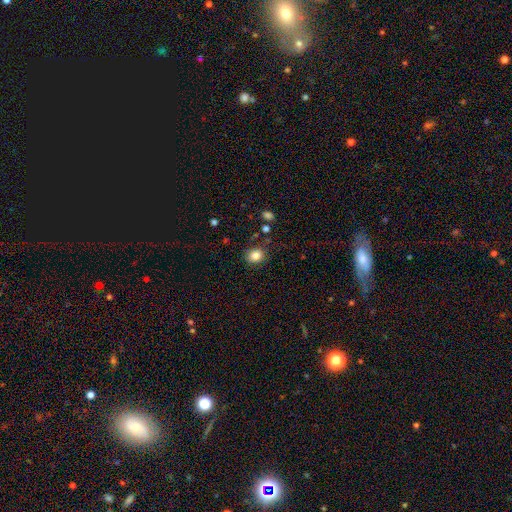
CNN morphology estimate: Q: Smooth or featured?
A: smooth (84%); runner-up: star or artifact (11%)
Q: How rounded?
A: round (64%); runner-up: in between (35%)
Q: Merging?
A: none (80%); runner-up: minor disturbance (14%)